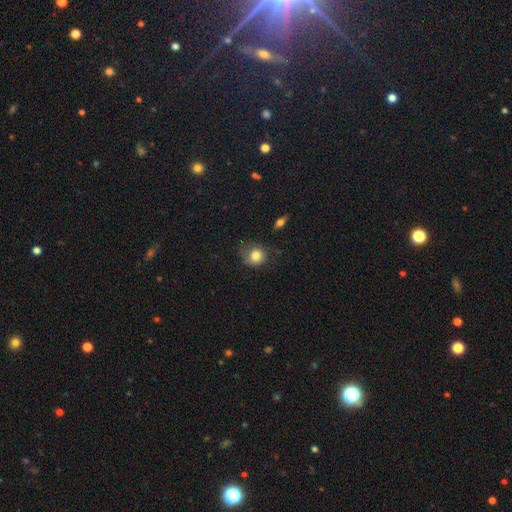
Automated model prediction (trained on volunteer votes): This appears to be a smooth galaxy with no disk features (81%) that is round (78%). Merging: none (55%).